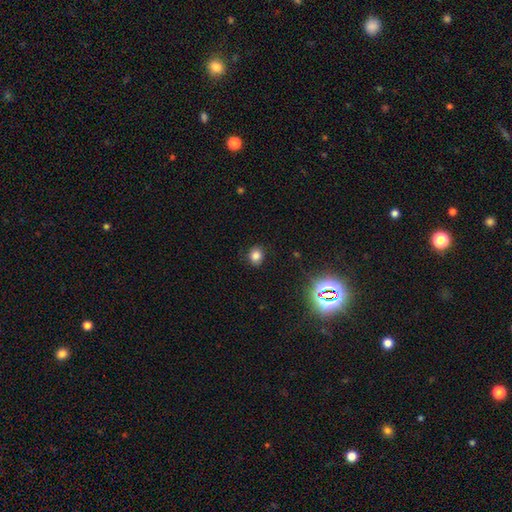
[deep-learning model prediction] The model was most divided on "how rounded": round: 73%, in between: 26%, cigar-shaped: 1%. More confident: merging — none (86%); smooth or featured — smooth (80%).